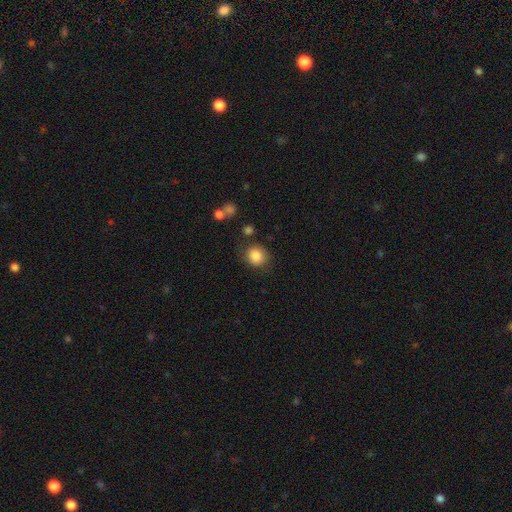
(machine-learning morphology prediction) type=smooth (86%); roundness=round (77%); merging=none (77%).